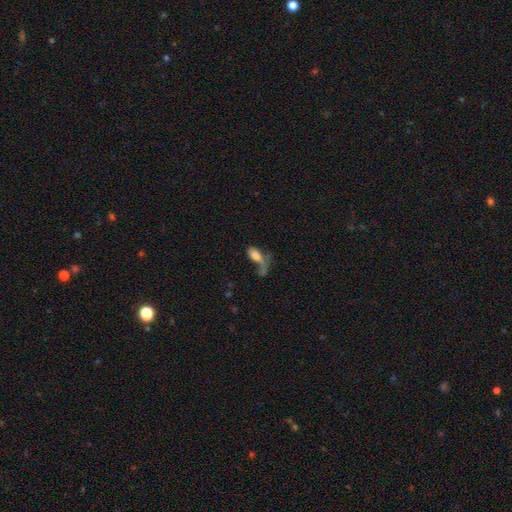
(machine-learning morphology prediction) type=smooth (66%); roundness=in between (80%); merging=major disturbance (42%).